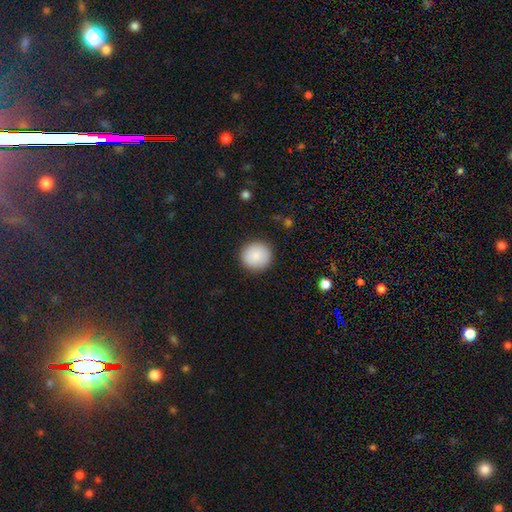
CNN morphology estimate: Smooth or featured: smooth — 87% (star or artifact — 7%)
How rounded: round — 93% (in between — 6%)
Merging: none — 90% (minor disturbance — 7%)